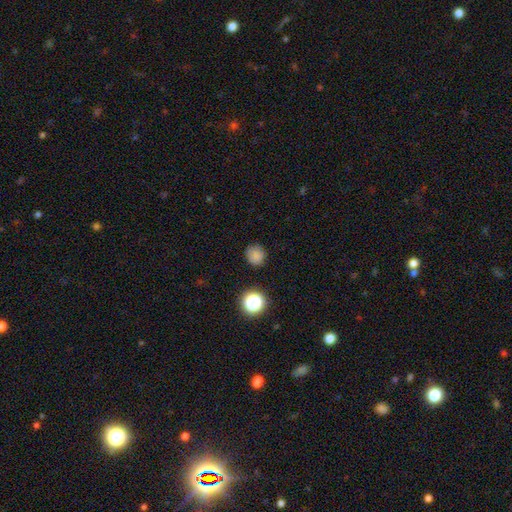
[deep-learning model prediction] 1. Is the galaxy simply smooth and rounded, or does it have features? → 79% smooth, 16% star or artifact, 5% featured or disk.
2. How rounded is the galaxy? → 88% round, 11% in between, 1% cigar-shaped.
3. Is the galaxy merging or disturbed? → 82% none, 12% minor disturbance, 3% major disturbance, 2% merger.